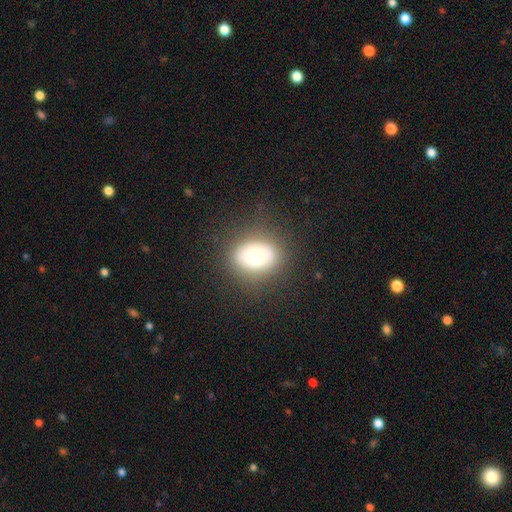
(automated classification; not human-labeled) Overall: smooth (67%). How rounded: in between (57%; round 42%). Merging: none (81%).